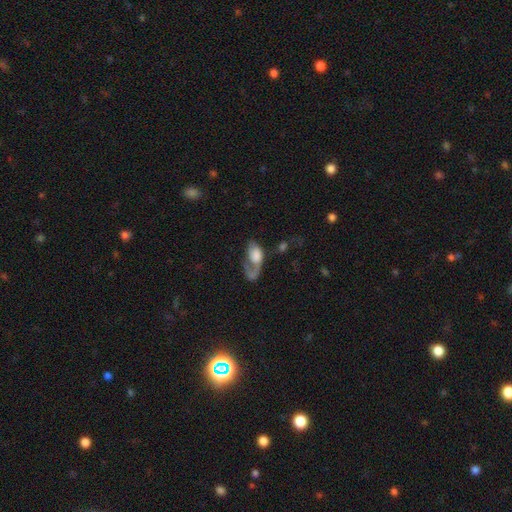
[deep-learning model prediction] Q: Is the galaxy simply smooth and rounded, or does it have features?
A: smooth — 51%.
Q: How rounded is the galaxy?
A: in between — 88%.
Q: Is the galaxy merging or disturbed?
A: major disturbance — 50%.